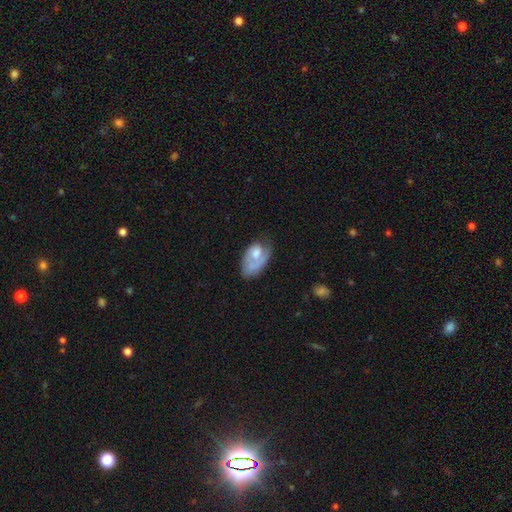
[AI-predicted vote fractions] Morphology: type=featured or disk (48%); merging=none (41%).